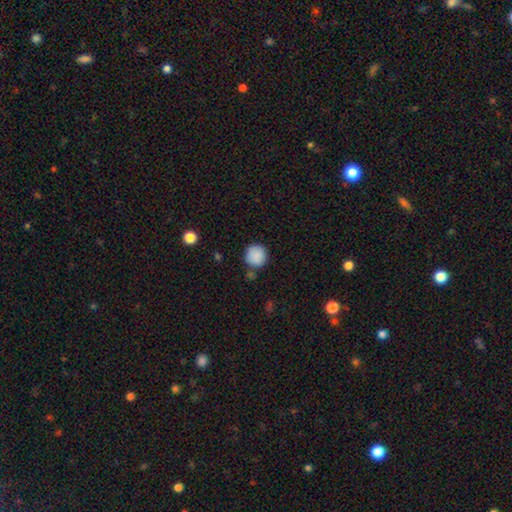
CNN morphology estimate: Smooth or featured? Predicted: smooth (p=0.88). How rounded? Predicted: round (p=0.93). Merging? Predicted: none (p=0.79).